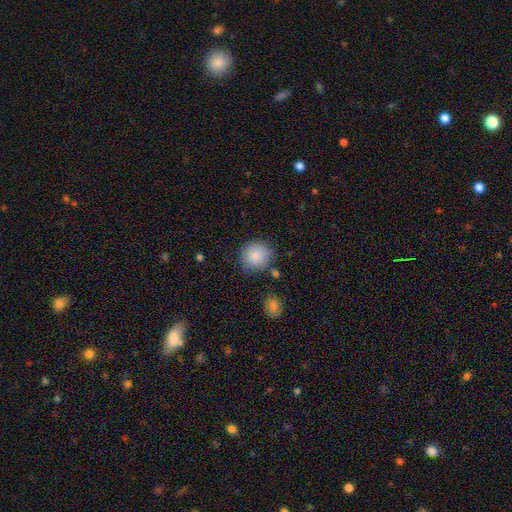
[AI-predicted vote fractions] Overall: smooth (87%). How rounded: round (91%). Merging: none (79%).